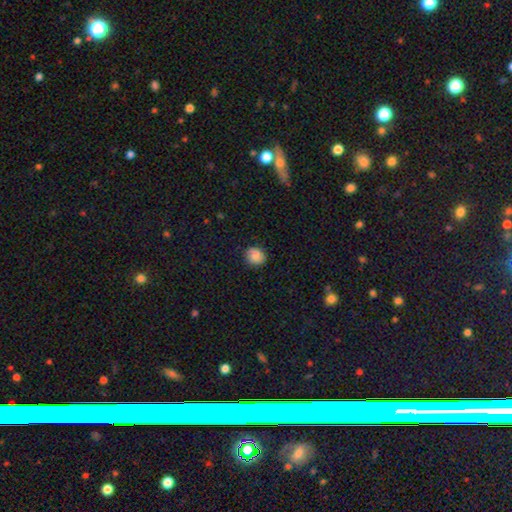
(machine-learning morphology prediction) A smooth galaxy with no disk features (85%) that is round (79%).

Vote fractions:
- Smooth or featured? smooth: 85% / star or artifact: 9% / featured or disk: 6%
- How rounded? round: 79% / in between: 20% / cigar-shaped: 1%
- Merging? none: 84% / minor disturbance: 12% / major disturbance: 3% / merger: 1%